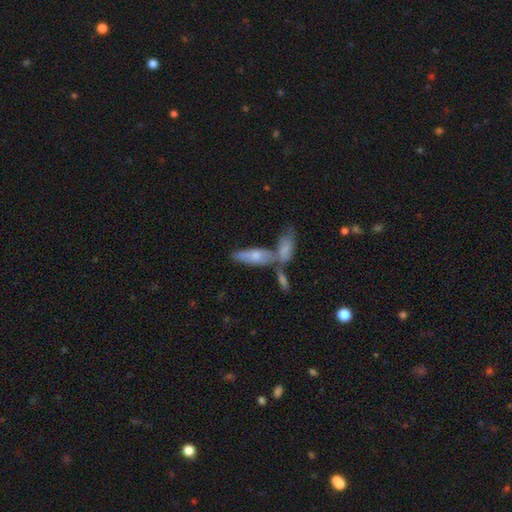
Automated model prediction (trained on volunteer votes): A smooth galaxy with no disk features (47%). Merging: merger (42%, tied with none).